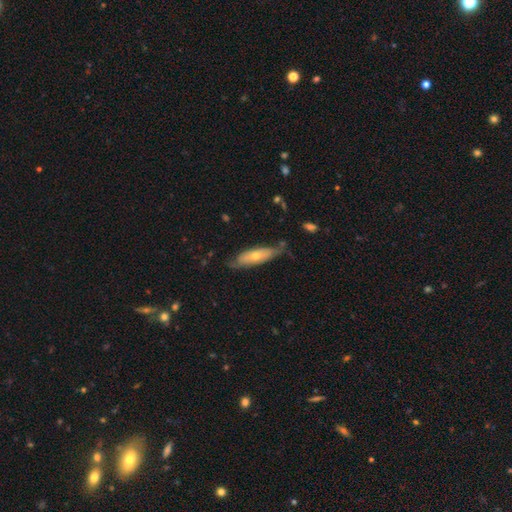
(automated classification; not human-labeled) Morphology: type=featured or disk (47%); merging=none (66%).